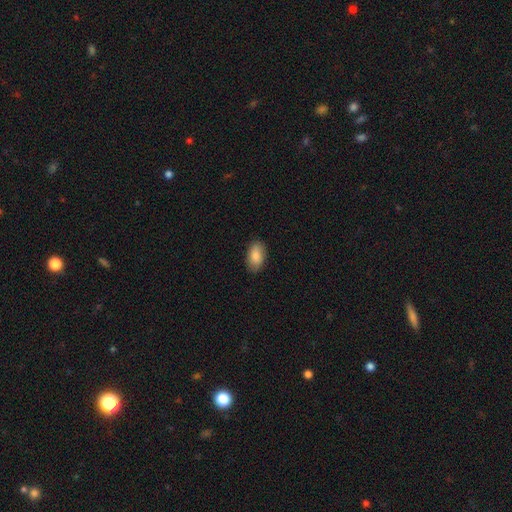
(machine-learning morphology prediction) Smooth or featured: smooth — 87% (featured or disk — 7%)
How rounded: in between — 93% (round — 5%)
Merging: none — 86% (minor disturbance — 11%)